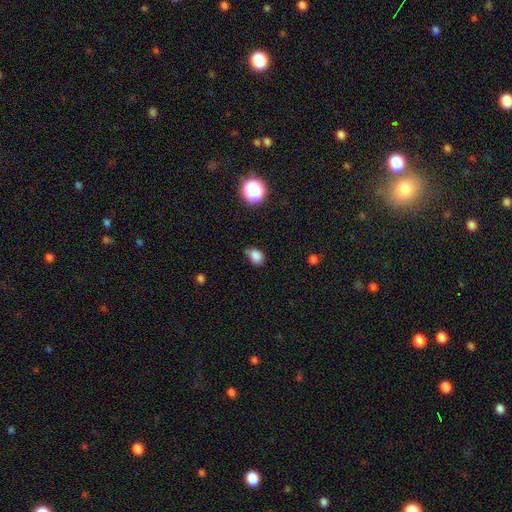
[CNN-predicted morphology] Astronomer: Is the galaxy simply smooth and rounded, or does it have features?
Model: smooth — 83%.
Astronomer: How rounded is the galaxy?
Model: in between — 67%.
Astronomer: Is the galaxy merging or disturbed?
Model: none — 57% (runner-up: minor disturbance, 33%).